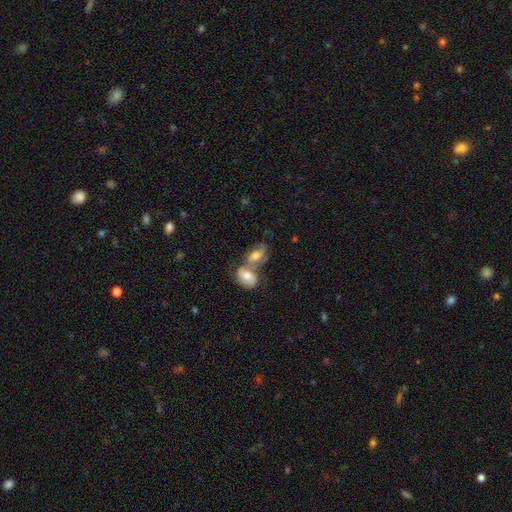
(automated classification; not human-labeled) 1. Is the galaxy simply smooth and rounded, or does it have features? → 53% smooth, 38% featured or disk, 9% star or artifact.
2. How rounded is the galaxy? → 85% in between, 10% round, 5% cigar-shaped.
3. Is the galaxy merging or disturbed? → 65% merger, 21% none, 9% minor disturbance, 6% major disturbance.